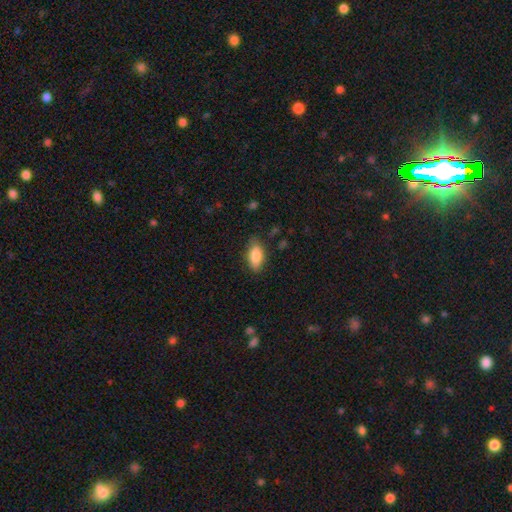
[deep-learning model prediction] Smooth or featured: smooth — 84% (featured or disk — 9%)
How rounded: in between — 90% (cigar-shaped — 7%)
Merging: none — 78% (minor disturbance — 17%)